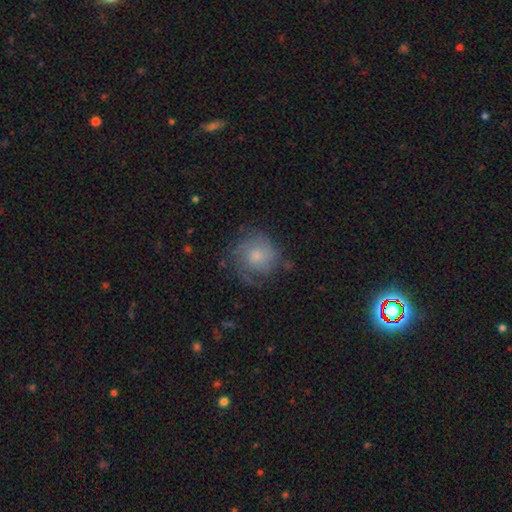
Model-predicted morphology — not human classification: Overall: smooth (50%; featured or disk 41%). How rounded: round (87%). Merging: none (63%).